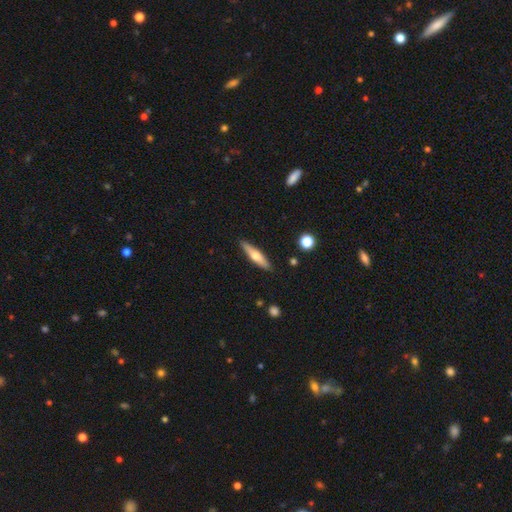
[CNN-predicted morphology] This is possibly a featured or disk galaxy (49%). Merging: clearly none (89%).